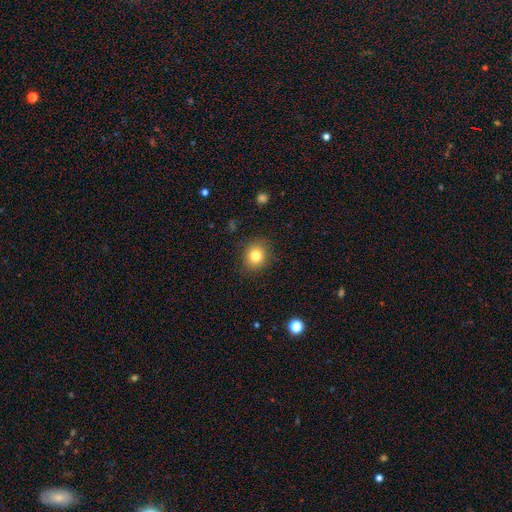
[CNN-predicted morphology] A smooth galaxy with no disk features (81%) that is round (79%).

Vote fractions:
- Smooth or featured? smooth: 81% / star or artifact: 11% / featured or disk: 8%
- How rounded? round: 79% / in between: 20% / cigar-shaped: 1%
- Merging? none: 88% / minor disturbance: 8% / major disturbance: 3% / merger: 1%